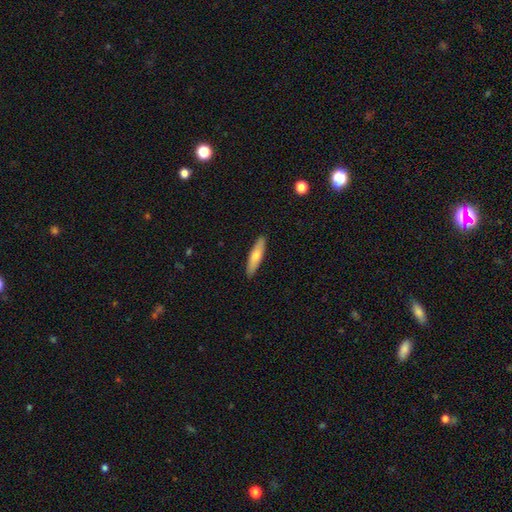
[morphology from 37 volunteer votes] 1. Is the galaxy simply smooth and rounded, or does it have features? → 65% smooth, 32% featured or disk, 3% star or artifact.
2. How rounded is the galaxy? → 88% cigar-shaped, 8% round, 4% in between.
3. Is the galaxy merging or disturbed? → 89% none, 6% minor disturbance, 3% major disturbance, 3% merger.